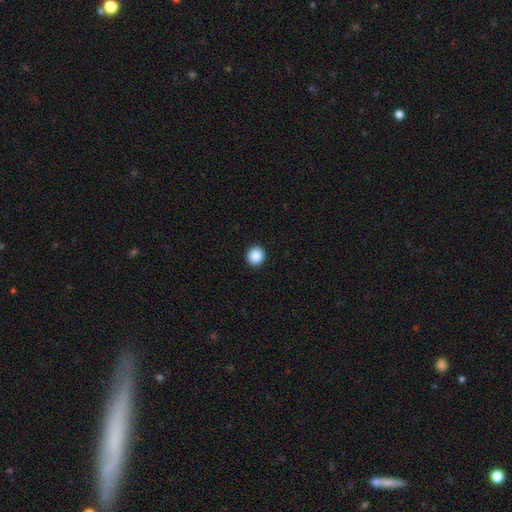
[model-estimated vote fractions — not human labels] Smooth or featured: smooth — 88% (star or artifact — 9%)
How rounded: round — 93% (in between — 6%)
Merging: none — 93% (minor disturbance — 4%)